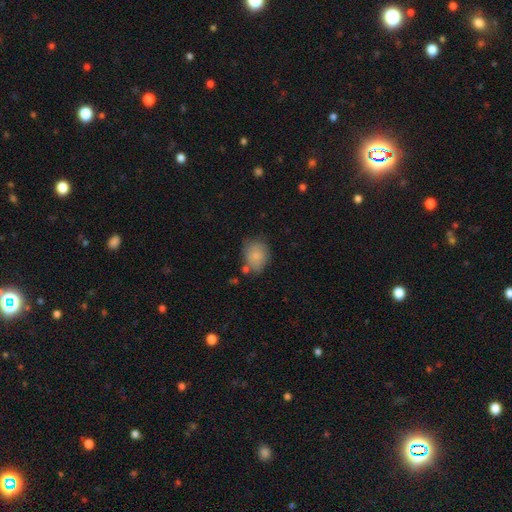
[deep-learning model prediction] smooth-or-featured: smooth: 83% | featured or disk: 9% | star or artifact: 8%
  how-rounded: round: 51% | in between: 48% | cigar-shaped: 1%
  merging: none: 60% | minor disturbance: 24% | merger: 10% | major disturbance: 7%